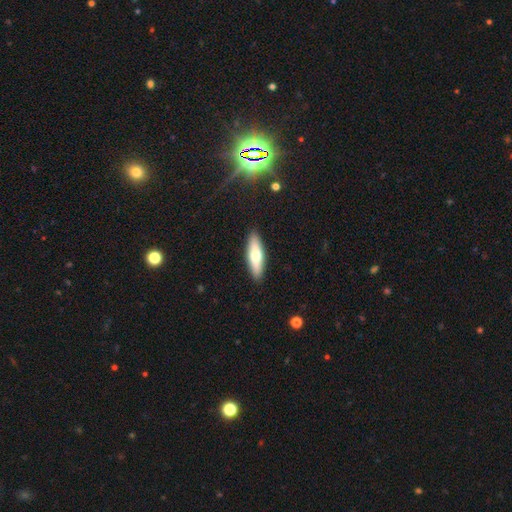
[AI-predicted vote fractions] Morphology: type=smooth (62%); roundness=cigar-shaped (55%); merging=none (90%).